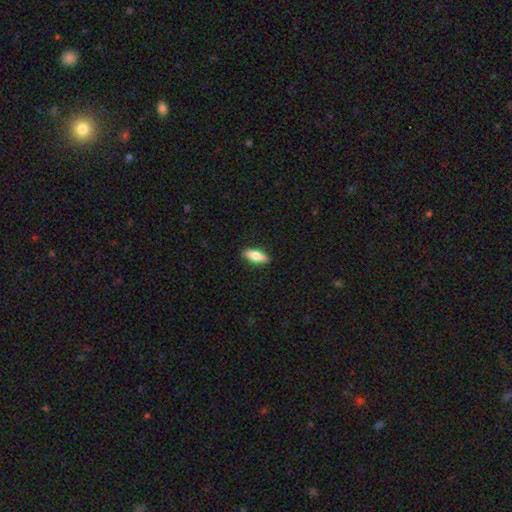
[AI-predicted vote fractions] smooth_or_featured: smooth (p=0.73) [alt: featured or disk p=0.21]
how_rounded: in between (p=0.64) [alt: cigar-shaped p=0.34]
merging: none (p=0.88) [alt: minor disturbance p=0.09]